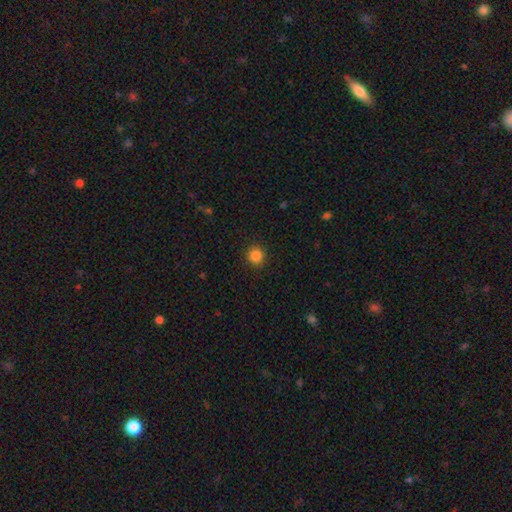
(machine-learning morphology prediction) smooth 86%, star or artifact 11%, featured or disk 3%. Down the decision tree: how rounded — round (94%); merging — none (92%).